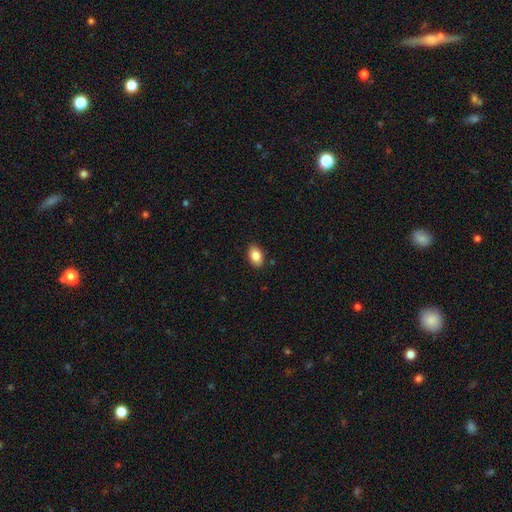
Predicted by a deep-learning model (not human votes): smooth 84%, featured or disk 8%, star or artifact 7%. Down the decision tree: how rounded — in between (91%); merging — none (88%).